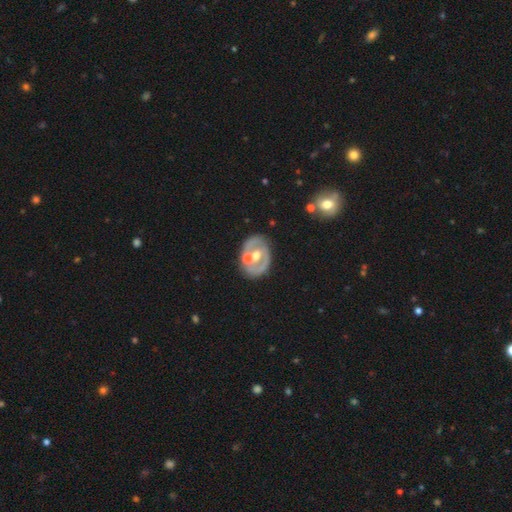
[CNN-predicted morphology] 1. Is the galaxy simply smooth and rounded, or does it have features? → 71% featured or disk, 23% smooth, 6% star or artifact.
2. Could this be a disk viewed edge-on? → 96% no, 4% yes.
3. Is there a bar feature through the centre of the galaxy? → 55% no, 31% weak, 14% strong.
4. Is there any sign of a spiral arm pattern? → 59% no, 41% yes.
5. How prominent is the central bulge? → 75% moderate, 16% small, 5% large, 2% none, 1% dominant.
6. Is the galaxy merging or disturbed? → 64% none, 15% minor disturbance, 15% merger, 6% major disturbance.